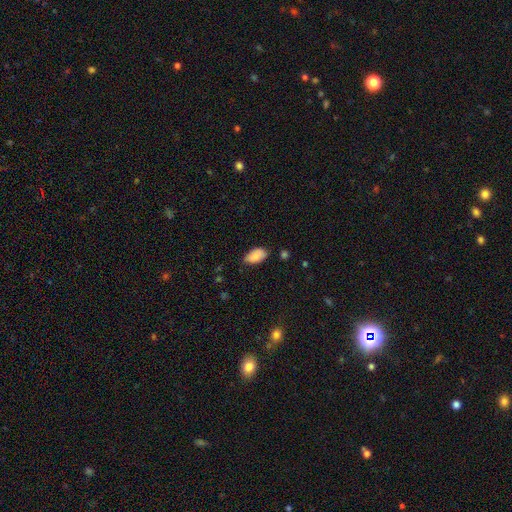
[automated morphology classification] type=smooth (87%); roundness=in between (94%); merging=none (75%).